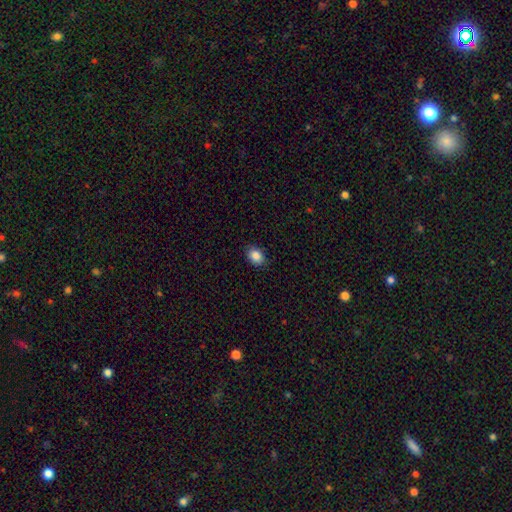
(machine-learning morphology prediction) This is clearly a smooth galaxy (87%). How rounded: likely in between (64%). Merging: clearly none (87%).